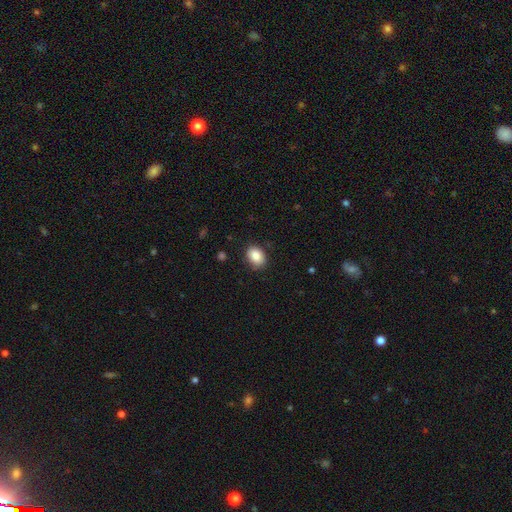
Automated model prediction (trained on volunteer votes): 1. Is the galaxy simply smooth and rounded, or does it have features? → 87% smooth, 8% star or artifact, 5% featured or disk.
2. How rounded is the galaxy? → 66% in between, 33% round, 1% cigar-shaped.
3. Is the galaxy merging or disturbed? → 85% none, 12% minor disturbance, 3% major disturbance, 1% merger.